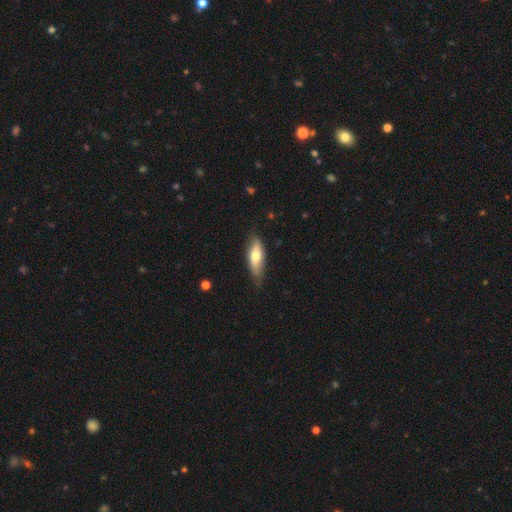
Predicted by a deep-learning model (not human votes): Overall: smooth (67%; featured or disk 28%). How rounded: in between (66%; cigar-shaped 31%). Merging: none (75%).